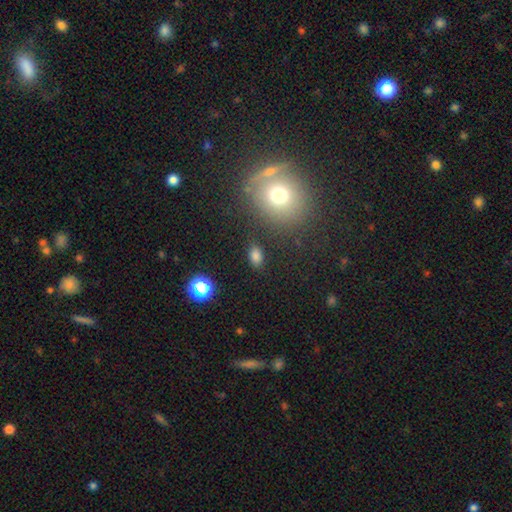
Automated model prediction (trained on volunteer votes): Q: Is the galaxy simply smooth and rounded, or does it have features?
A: smooth — 79%.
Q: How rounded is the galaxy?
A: in between — 83%.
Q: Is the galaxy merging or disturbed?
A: none — 83%.